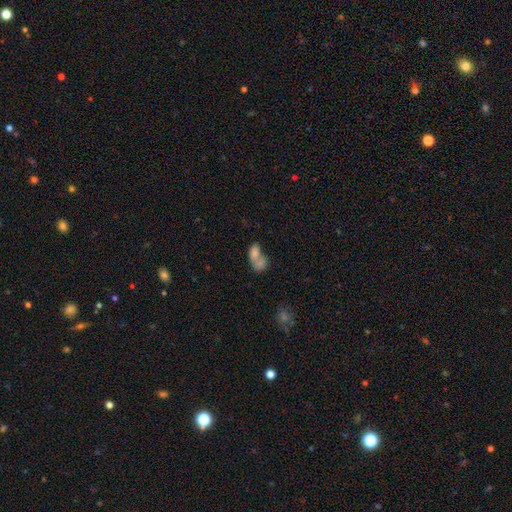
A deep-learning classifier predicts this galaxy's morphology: Overall: smooth (76%). How rounded: in between (84%). Merging: merger (72%).